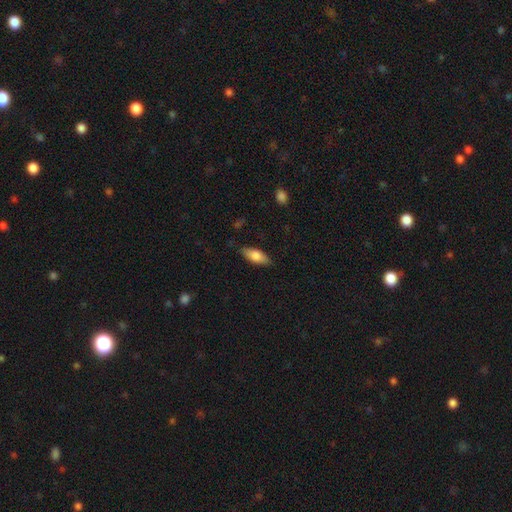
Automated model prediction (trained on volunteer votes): Smooth or featured? Predicted: smooth (p=0.77). How rounded? Predicted: in between (p=0.77). Merging? Predicted: none (p=0.85).